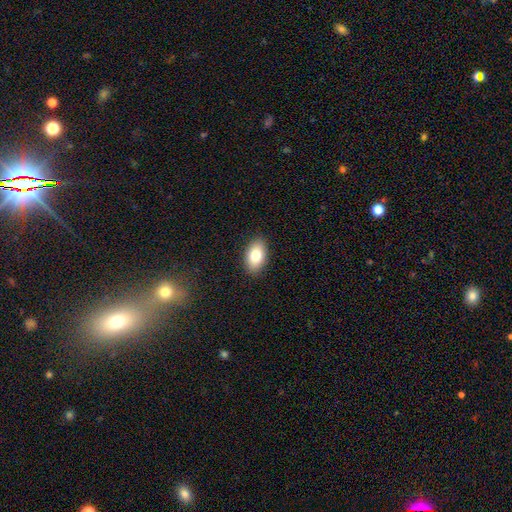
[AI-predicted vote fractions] Overall: smooth (81%). How rounded: in between (91%). Merging: none (89%).